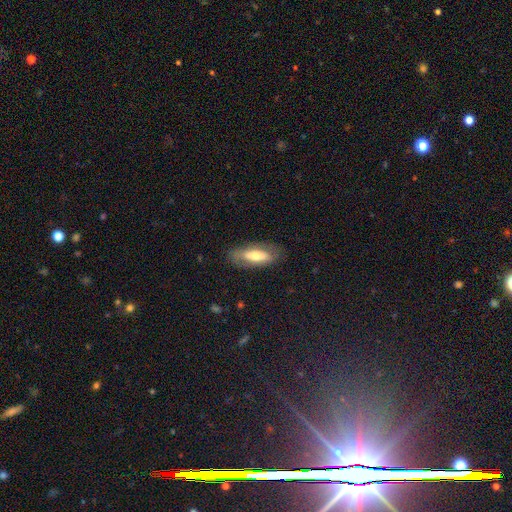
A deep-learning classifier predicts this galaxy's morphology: type=smooth (53%); roundness=in between (68%); merging=none (78%).